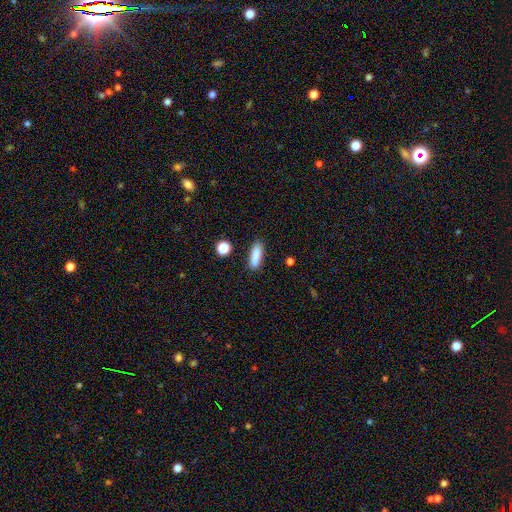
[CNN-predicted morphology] smooth 86%, star or artifact 7%, featured or disk 6%. Down the decision tree: how rounded — cigar-shaped (52%); merging — none (85%).